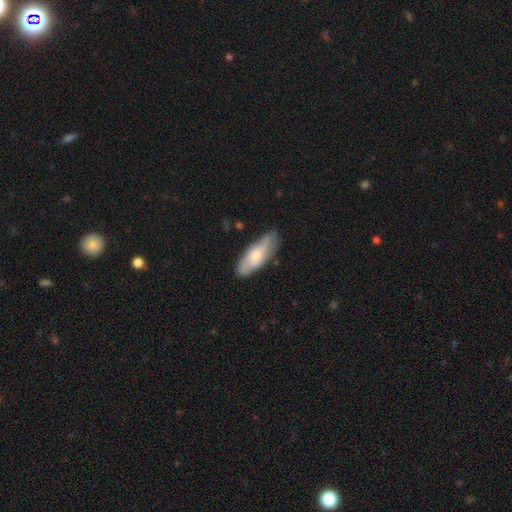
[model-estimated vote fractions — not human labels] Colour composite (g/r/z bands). It shows a smooth galaxy with no disk features (56%) that is in between round and cigar-shaped (66%). Merging: none (78%).